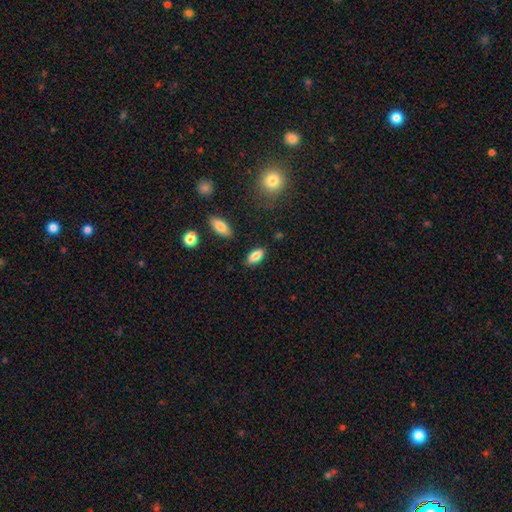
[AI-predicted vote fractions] smooth-or-featured: smooth: 84% | featured or disk: 9% | star or artifact: 8%
  how-rounded: in between: 89% | cigar-shaped: 8% | round: 3%
  merging: none: 85% | minor disturbance: 11% | major disturbance: 3% | merger: 2%